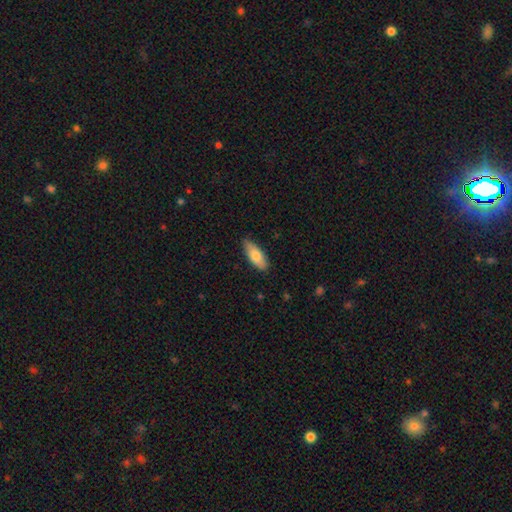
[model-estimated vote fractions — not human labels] Q: Smooth or featured?
A: smooth (78%); runner-up: featured or disk (16%)
Q: How rounded?
A: in between (75%); runner-up: cigar-shaped (23%)
Q: Merging?
A: none (84%); runner-up: minor disturbance (13%)